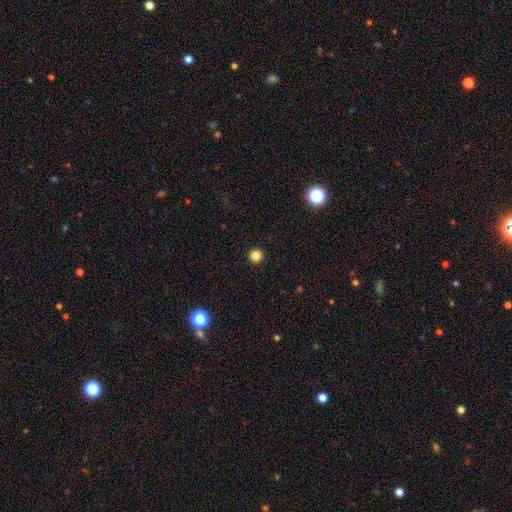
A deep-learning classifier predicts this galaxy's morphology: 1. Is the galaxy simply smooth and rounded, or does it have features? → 84% smooth, 12% star or artifact, 4% featured or disk.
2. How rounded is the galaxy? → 96% round, 3% in between, 1% cigar-shaped.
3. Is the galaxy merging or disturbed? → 94% none, 4% minor disturbance, 1% major disturbance, 1% merger.